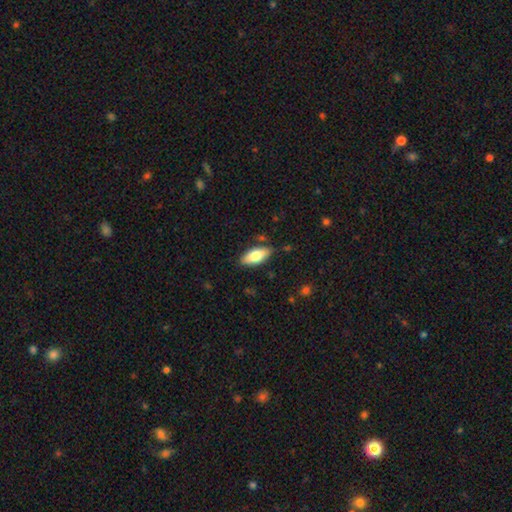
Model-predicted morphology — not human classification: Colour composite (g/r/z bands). It shows a smooth galaxy with no disk features (73%) that is in between round and cigar-shaped (83%). Merging: none (83%).